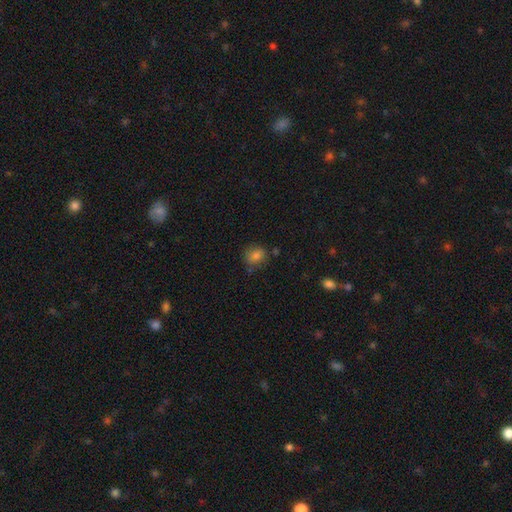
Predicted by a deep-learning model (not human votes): Smooth or featured? smooth (81%)
How rounded? round (64%)
Merging? none (69%)